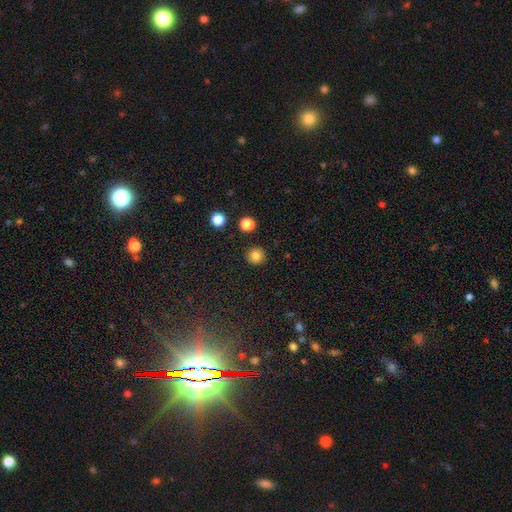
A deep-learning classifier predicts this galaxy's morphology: smooth 82%, star or artifact 12%, featured or disk 6%. Down the decision tree: how rounded — round (94%); merging — none (91%).